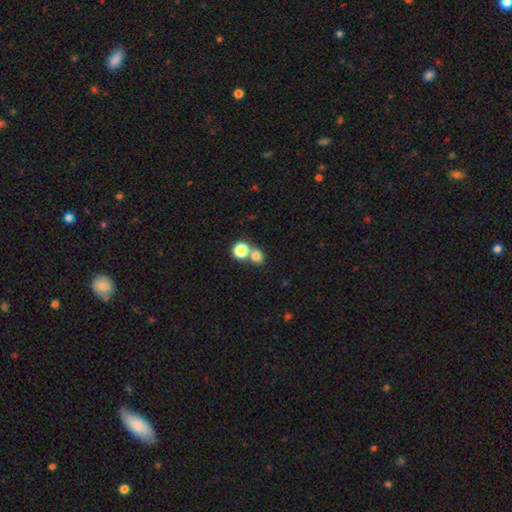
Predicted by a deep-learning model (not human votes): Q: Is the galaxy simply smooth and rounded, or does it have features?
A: smooth — 77%.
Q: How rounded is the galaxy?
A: round — 77%.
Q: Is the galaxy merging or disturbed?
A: none — 51%.